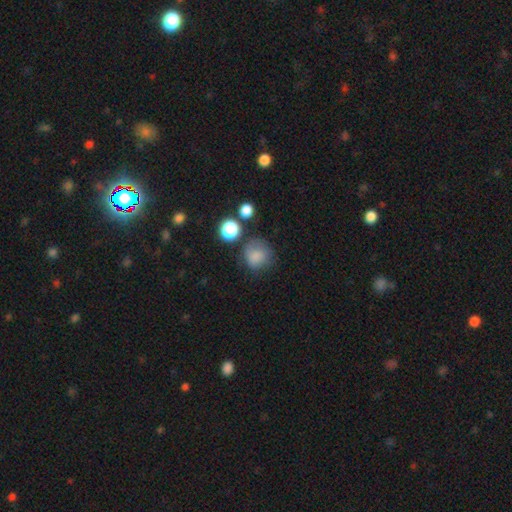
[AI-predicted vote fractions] smooth-or-featured: smooth: 80% | star or artifact: 12% | featured or disk: 8%
  how-rounded: round: 84% | in between: 15% | cigar-shaped: 1%
  merging: none: 62% | minor disturbance: 22% | major disturbance: 10% | merger: 6%